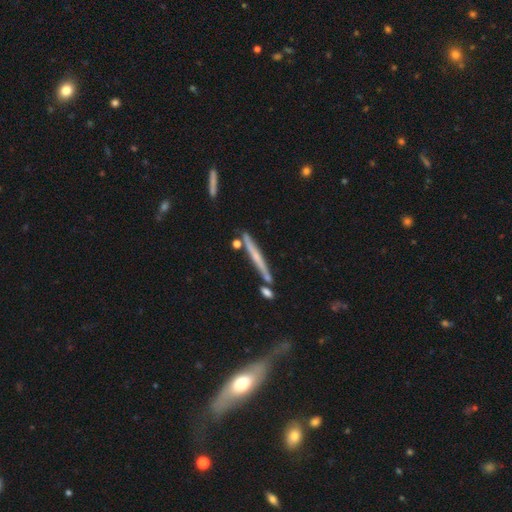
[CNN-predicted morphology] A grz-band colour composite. It shows a featured or disk galaxy (58%) viewed edge-on (96%) with no central bulge (57%). Merging: none (78%).